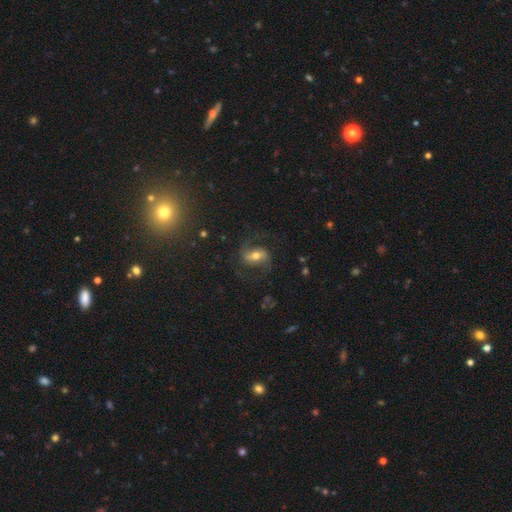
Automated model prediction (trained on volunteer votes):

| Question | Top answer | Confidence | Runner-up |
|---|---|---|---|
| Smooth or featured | featured or disk | 69% | smooth (21%) |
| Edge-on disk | no | 96% | yes (4%) |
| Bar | weak | 40% | strong (36%) |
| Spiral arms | yes | 90% | no (10%) |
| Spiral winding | medium | 47% | loose (42%) |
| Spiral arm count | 2 | 90% | can't tell (4%) |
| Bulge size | moderate | 68% | small (18%) |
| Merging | none | 69% | major disturbance (15%) |